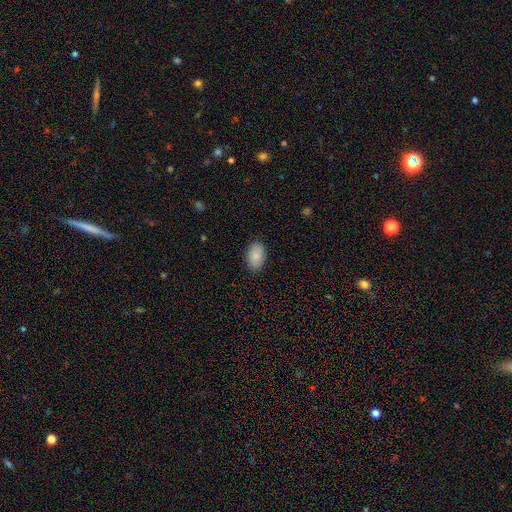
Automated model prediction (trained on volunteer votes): A smooth galaxy with no disk features (87%) that is in between round and cigar-shaped (92%).

Vote fractions:
- Smooth or featured? smooth: 87% / featured or disk: 7% / star or artifact: 6%
- How rounded? in between: 92% / round: 7% / cigar-shaped: 1%
- Merging? none: 88% / minor disturbance: 9% / major disturbance: 2% / merger: 1%